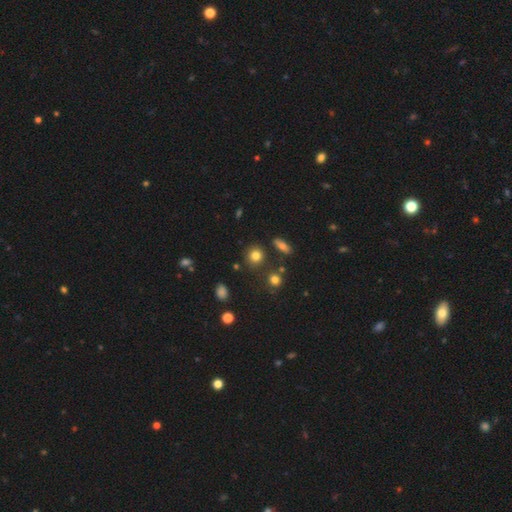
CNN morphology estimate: Overall: smooth (79%). How rounded: round (86%). Merging: none (82%).